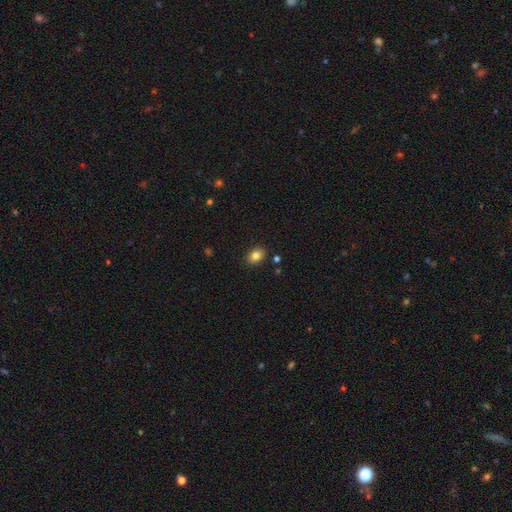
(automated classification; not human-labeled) smooth 84%, star or artifact 10%, featured or disk 7%. Down the decision tree: how rounded — in between (72%); merging — none (87%).